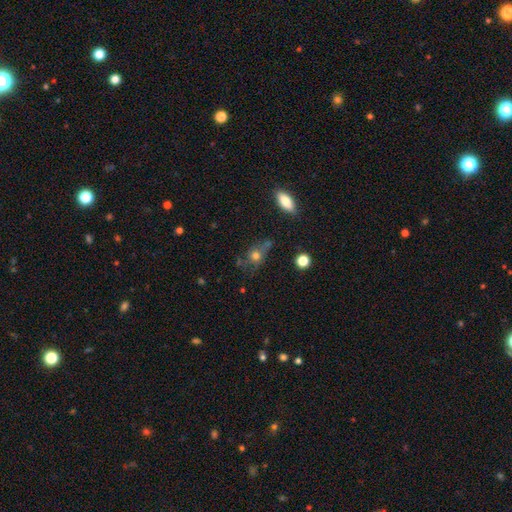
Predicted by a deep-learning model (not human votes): smooth_or_featured: smooth (p=0.68) [alt: featured or disk p=0.17]
how_rounded: round (p=0.56) [alt: in between p=0.40]
merging: none (p=0.50) [alt: minor disturbance p=0.24]